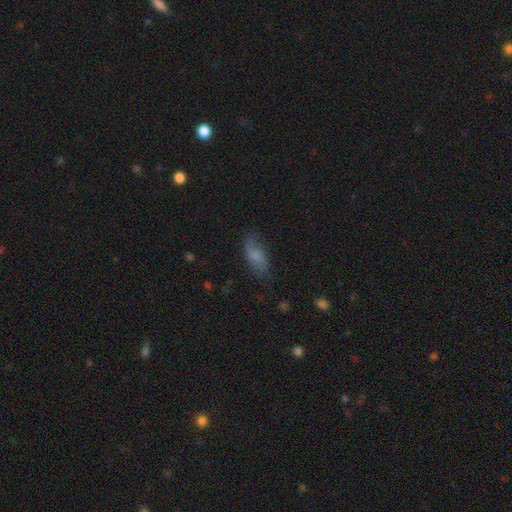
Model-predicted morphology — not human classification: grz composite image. It shows a smooth galaxy with no disk features (66%) that is in between round and cigar-shaped (82%). Merging: none (67%).